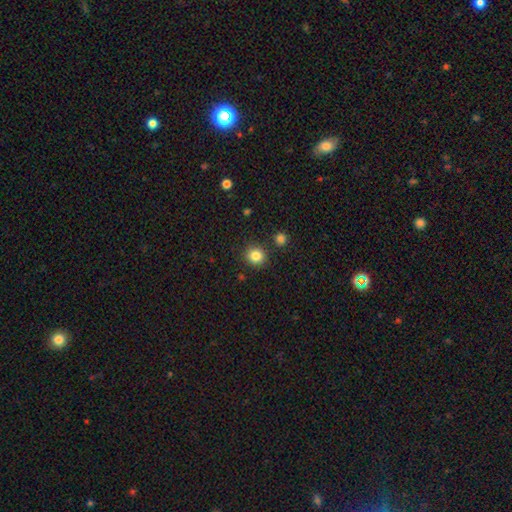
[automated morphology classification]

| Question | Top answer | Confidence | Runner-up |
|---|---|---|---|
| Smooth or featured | smooth | 84% | star or artifact (11%) |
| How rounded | round | 88% | in between (11%) |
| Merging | none | 87% | minor disturbance (7%) |